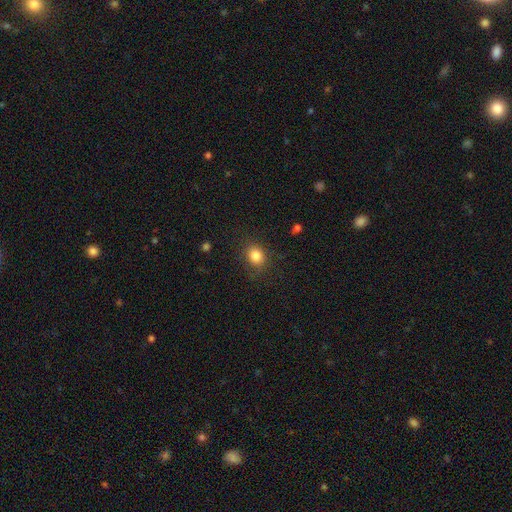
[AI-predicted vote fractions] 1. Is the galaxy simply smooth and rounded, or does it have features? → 84% smooth, 11% star or artifact, 6% featured or disk.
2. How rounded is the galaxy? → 62% round, 37% in between, 1% cigar-shaped.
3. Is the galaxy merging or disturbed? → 83% none, 12% minor disturbance, 4% major disturbance, 1% merger.